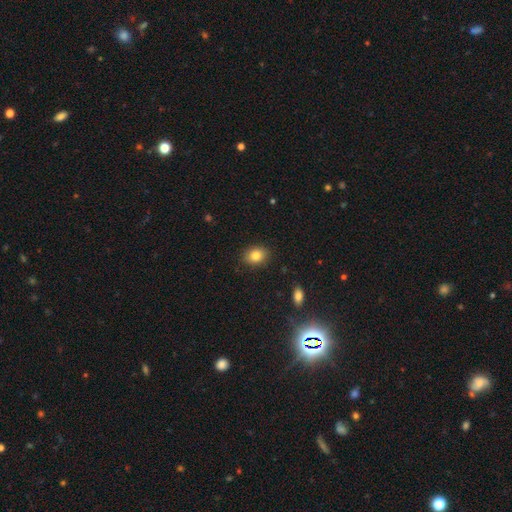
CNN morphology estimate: type=smooth (83%); roundness=in between (62%); merging=none (88%).